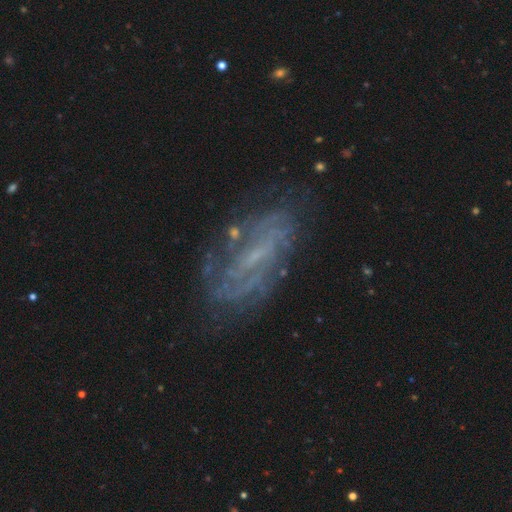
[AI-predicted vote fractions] smooth-or-featured: featured or disk: 71% | smooth: 17% | star or artifact: 12%
  disk-edge-on: no: 91% | yes: 9%
    bar: weak: 41% | no: 36% | strong: 23%
    has-spiral-arms: yes: 70% | no: 30%
    bulge-size: small: 49% | none: 37% | moderate: 11% | large: 1% | dominant: 1%
  merging: none: 64% | minor disturbance: 19% | major disturbance: 13% | merger: 3%